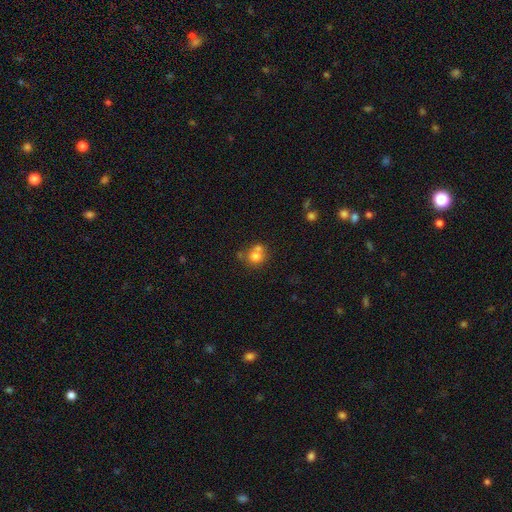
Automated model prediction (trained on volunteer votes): Smooth or featured? Predicted: smooth (p=0.73). How rounded? Predicted: round (p=0.79). Merging? Predicted: merger (p=0.43).